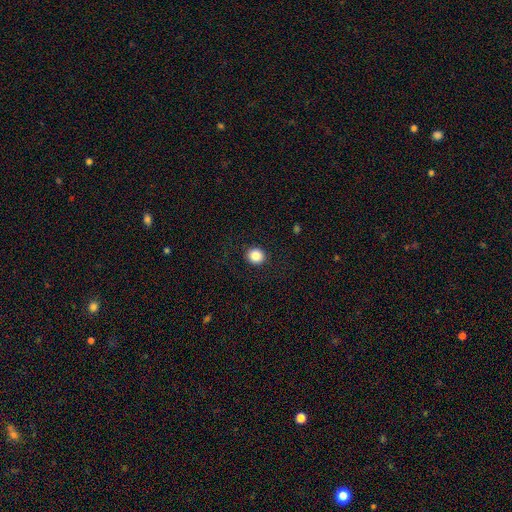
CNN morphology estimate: Smooth or featured: smooth — 86% (star or artifact — 10%)
How rounded: round — 90% (in between — 9%)
Merging: none — 92% (minor disturbance — 5%)